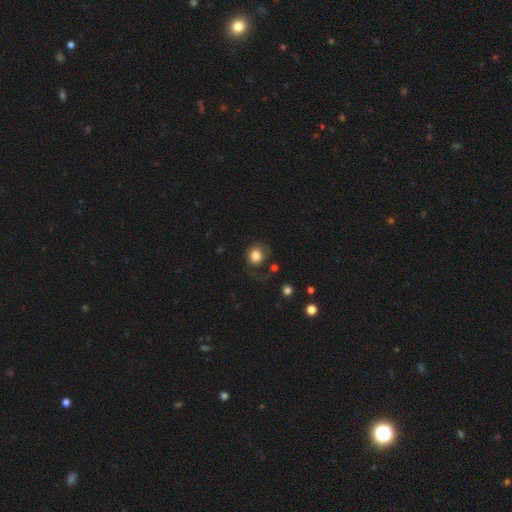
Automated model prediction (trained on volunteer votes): This appears to be a smooth galaxy with no disk features (80%) that is round (76%). Merging: none (54%).